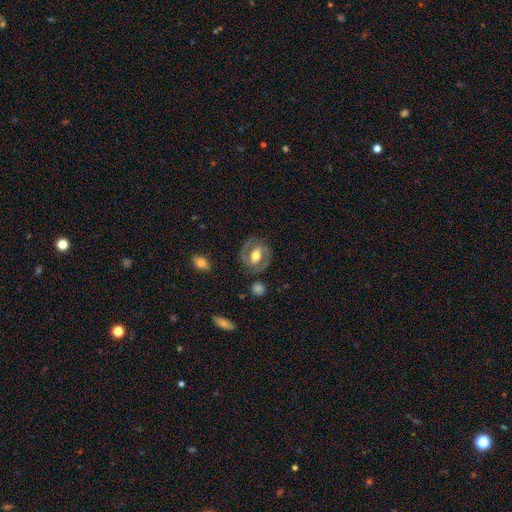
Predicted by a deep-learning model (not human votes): featured or disk 73%, smooth 21%, star or artifact 6%. Down the decision tree: edge-on disk — no (96%); bar — weak (38%); spiral arms — yes (85%); spiral arm count — 2 (88%); spiral winding — medium (49%); bulge size — moderate (68%); merging — none (78%).